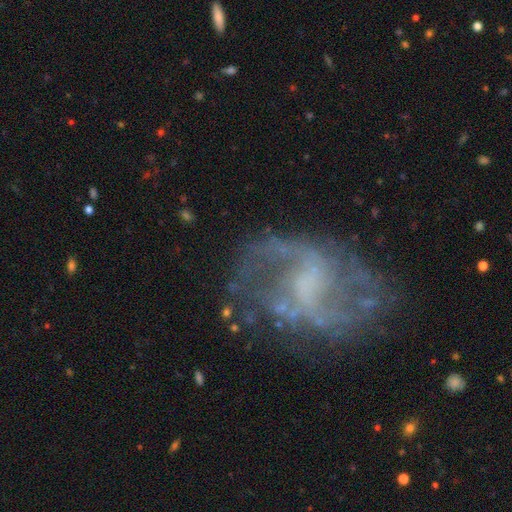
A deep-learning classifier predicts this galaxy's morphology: Smooth or featured?
  - featured or disk: 83% *
  - star or artifact: 9%
  - smooth: 8%
Edge-on disk?
  - no: 97% *
  - yes: 3%
Bar?
  - weak: 50% *
  - no: 35%
  - strong: 14%
Spiral arms?
  - yes: 89% *
  - no: 11%
Spiral winding?
  - loose: 45% *
  - medium: 42%
  - tight: 13%
Spiral arm count?
  - 2: 73% *
  - can't tell: 13%
  - 3: 5%
  - 1: 4%
  - 4: 3%
  - more than 4: 2%
Bulge size?
  - none: 44% *
  - small: 29%
  - moderate: 21%
  - large: 5%
  - dominant: 1%
Merging?
  - none: 66% *
  - minor disturbance: 17%
  - major disturbance: 15%
  - merger: 3%